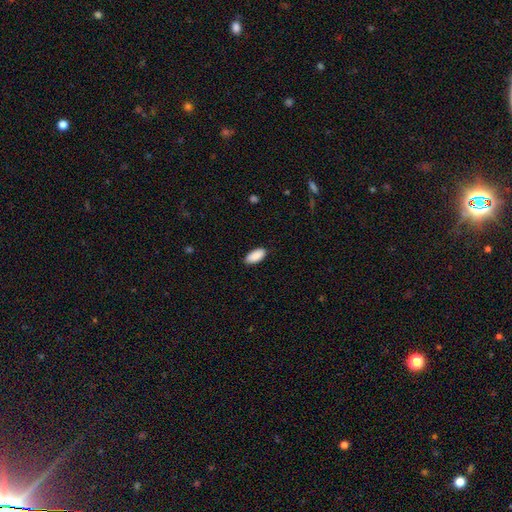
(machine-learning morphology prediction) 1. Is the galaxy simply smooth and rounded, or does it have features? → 91% smooth, 6% star or artifact, 3% featured or disk.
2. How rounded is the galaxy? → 91% in between, 7% cigar-shaped, 2% round.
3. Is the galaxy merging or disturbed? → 86% none, 11% minor disturbance, 2% major disturbance, 1% merger.